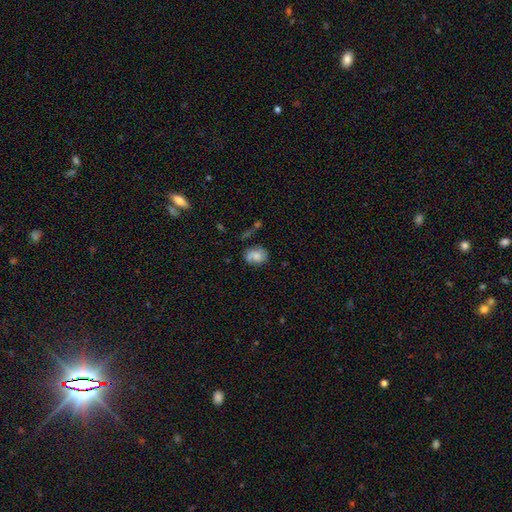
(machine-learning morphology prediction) A smooth galaxy with no disk features (60%) that is in between round and cigar-shaped (55%). Merging: none (56%).